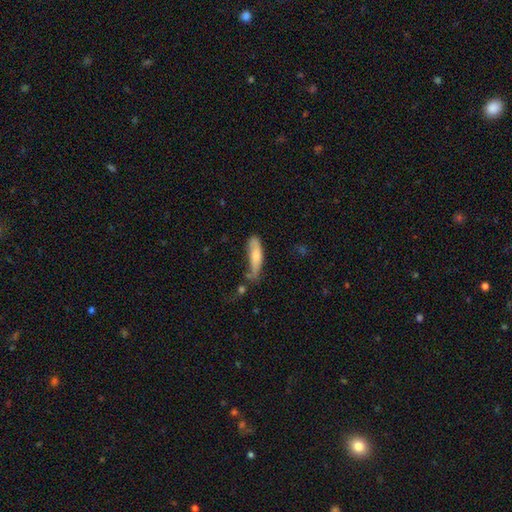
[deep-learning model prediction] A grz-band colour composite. It shows a smooth galaxy with no disk features (71%) that is cigar-shaped (62%). Merging: none (47%).